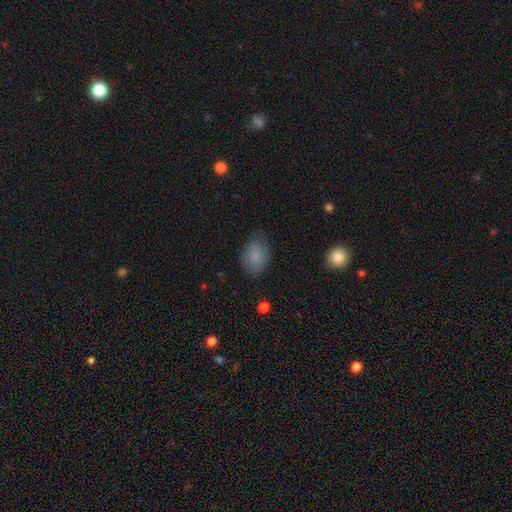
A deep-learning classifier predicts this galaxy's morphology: A smooth galaxy with no disk features (82%) that is in between round and cigar-shaped (80%). Merging: none (72%).